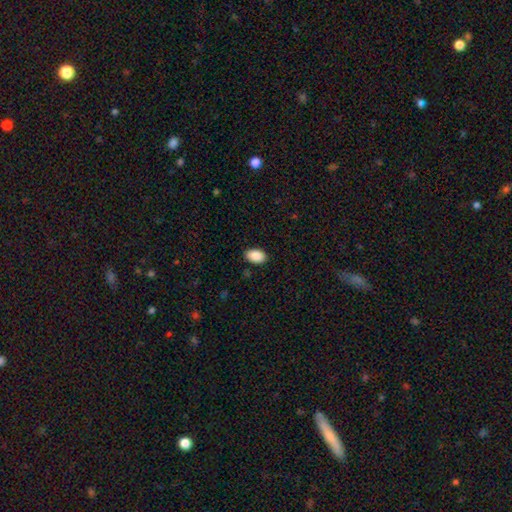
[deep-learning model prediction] This appears to be a smooth galaxy with no disk features (90%) that is in between round and cigar-shaped (91%). Merging: none (88%).